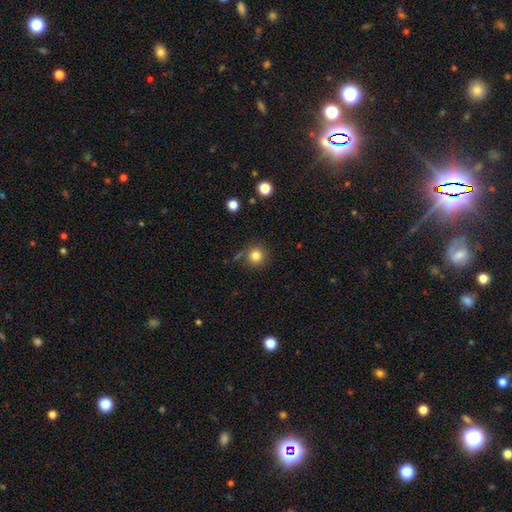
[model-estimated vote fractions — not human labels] Smooth or featured? Predicted: smooth (p=0.82). How rounded? Predicted: round (p=0.94). Merging? Predicted: none (p=0.80).